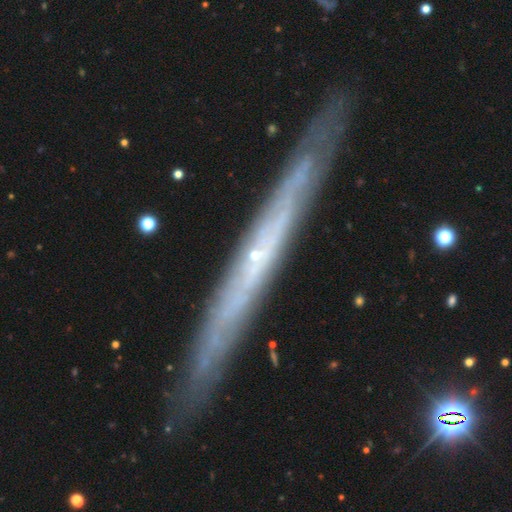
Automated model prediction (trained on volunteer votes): Smooth or featured? featured or disk (77%)
Edge-on disk? yes (85%)
Edge-on bulge? none (64%)
Merging? none (88%)